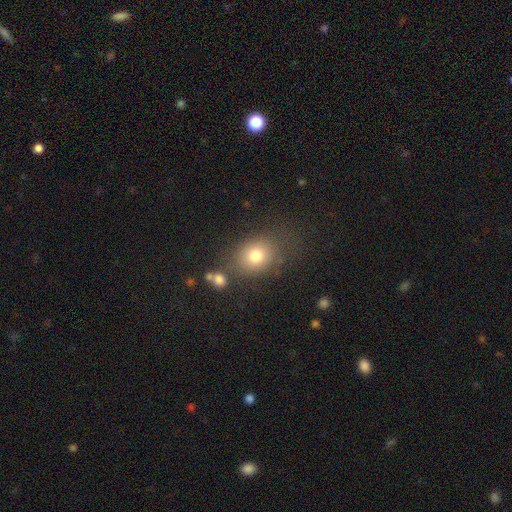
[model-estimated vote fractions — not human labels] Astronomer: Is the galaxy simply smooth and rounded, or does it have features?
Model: smooth — 78%.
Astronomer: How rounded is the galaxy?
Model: round — 51% (runner-up: in between, 48%).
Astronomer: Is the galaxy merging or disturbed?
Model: none — 67%.